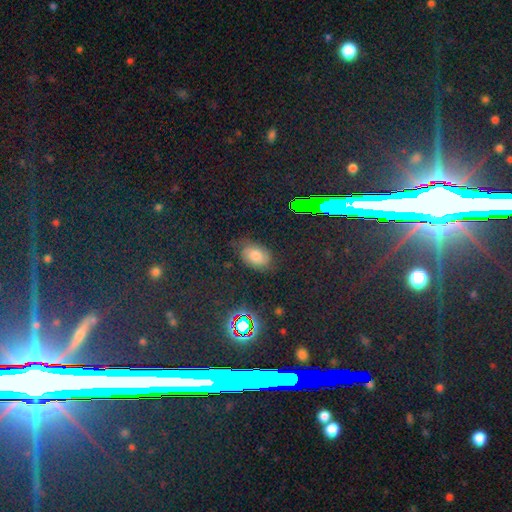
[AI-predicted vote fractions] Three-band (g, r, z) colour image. It shows a smooth galaxy with no disk features (54%) that is in between round and cigar-shaped (83%). Merging: none (79%).